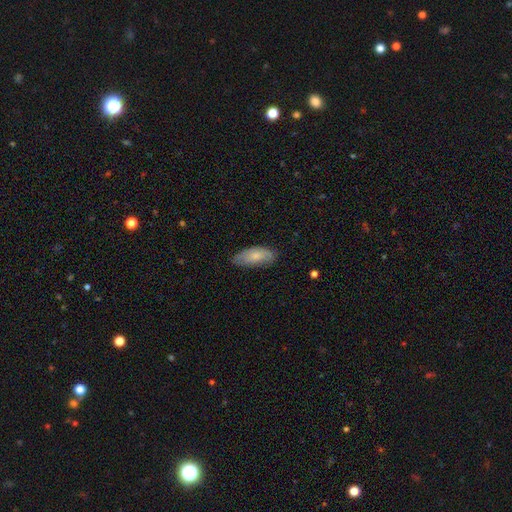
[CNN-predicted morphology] Smooth or featured? Predicted: smooth (p=0.74). How rounded? Predicted: in between (p=0.83). Merging? Predicted: none (p=0.74).